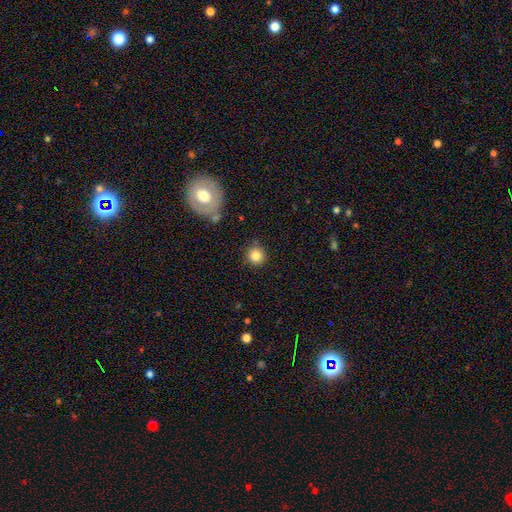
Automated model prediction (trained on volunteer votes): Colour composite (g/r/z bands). It shows a smooth galaxy with no disk features (84%) that is round (92%). Merging: none (83%).